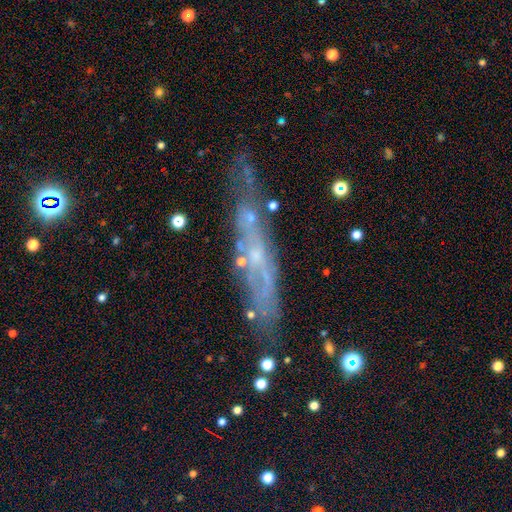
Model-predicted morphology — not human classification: The model was most divided on "edge-on disk": yes: 61%, no: 39%. More confident: merging — none (71%); smooth or featured — featured or disk (61%).